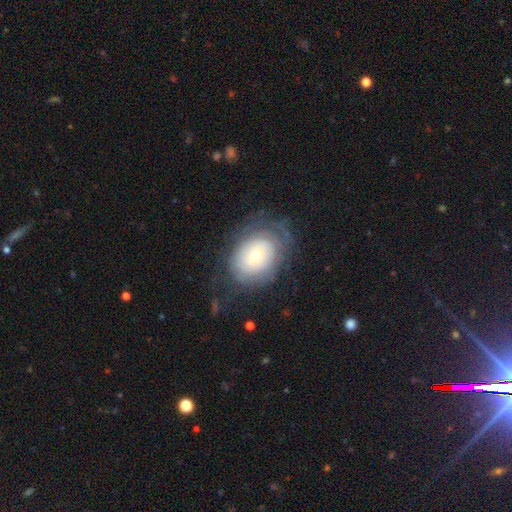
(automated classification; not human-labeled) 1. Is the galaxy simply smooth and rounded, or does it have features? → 53% featured or disk, 38% smooth, 9% star or artifact.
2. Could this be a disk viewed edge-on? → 95% no, 5% yes.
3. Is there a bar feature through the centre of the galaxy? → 83% no, 14% weak, 3% strong.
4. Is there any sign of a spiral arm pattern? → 57% yes, 43% no.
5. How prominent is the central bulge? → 57% moderate, 36% small, 5% large, 1% dominant, 1% none.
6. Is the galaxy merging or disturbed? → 65% none, 21% minor disturbance, 13% major disturbance, 1% merger.